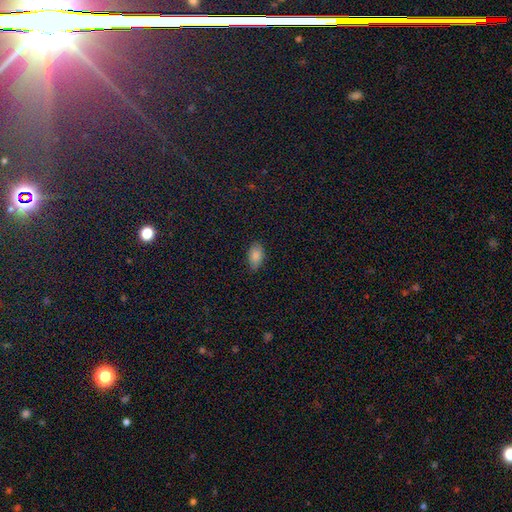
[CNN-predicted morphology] smooth-or-featured: smooth: 85% | star or artifact: 8% | featured or disk: 6%
  how-rounded: in between: 92% | round: 6% | cigar-shaped: 2%
  merging: none: 79% | minor disturbance: 17% | major disturbance: 3% | merger: 1%